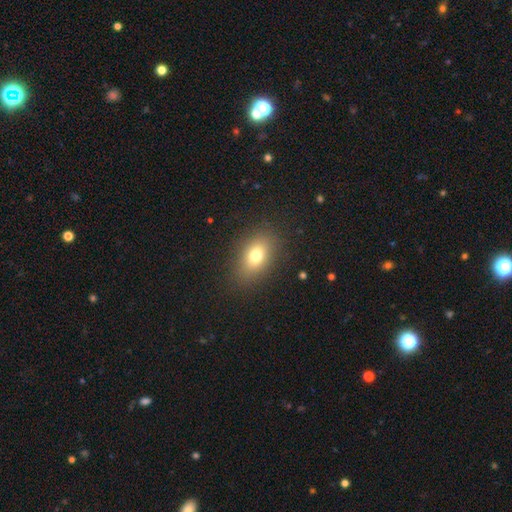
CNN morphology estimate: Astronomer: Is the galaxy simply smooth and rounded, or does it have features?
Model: smooth — 75%.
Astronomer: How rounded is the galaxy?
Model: in between — 81%.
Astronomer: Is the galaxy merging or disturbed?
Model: none — 86%.